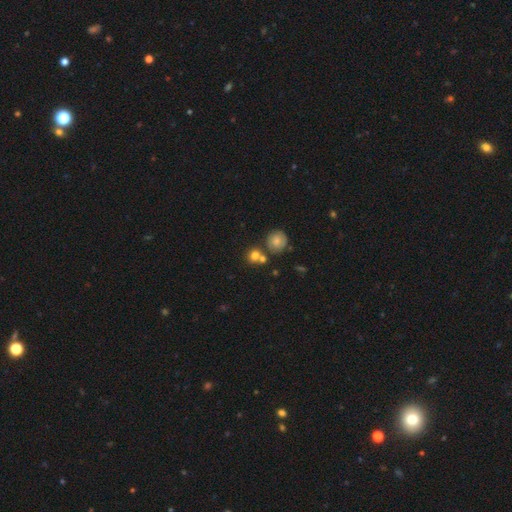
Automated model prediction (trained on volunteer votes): A smooth galaxy with no disk features (75%) that is round (85%). Merging: none (59%).